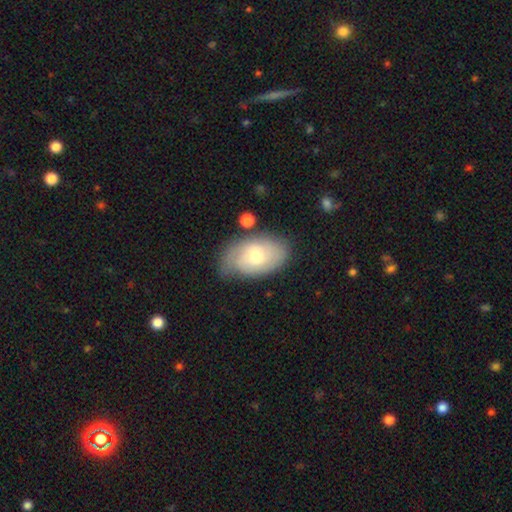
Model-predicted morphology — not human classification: Q: Smooth or featured?
A: smooth (50%); runner-up: featured or disk (43%)
Q: How rounded?
A: in between (91%); runner-up: round (8%)
Q: Merging?
A: none (64%); runner-up: minor disturbance (25%)